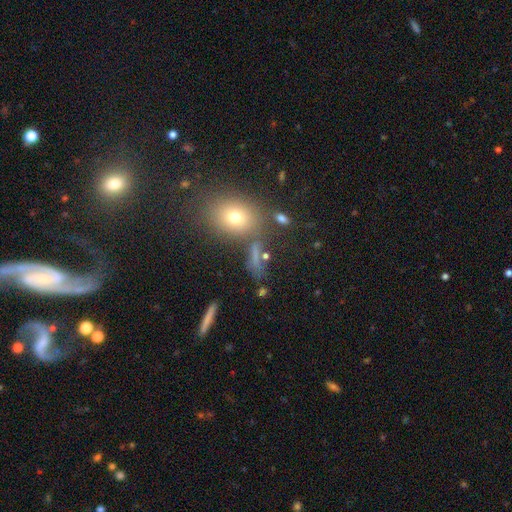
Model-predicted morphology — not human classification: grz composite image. It shows a smooth galaxy with no disk features (51%) that is in between round and cigar-shaped (46%). Merging: none (68%).